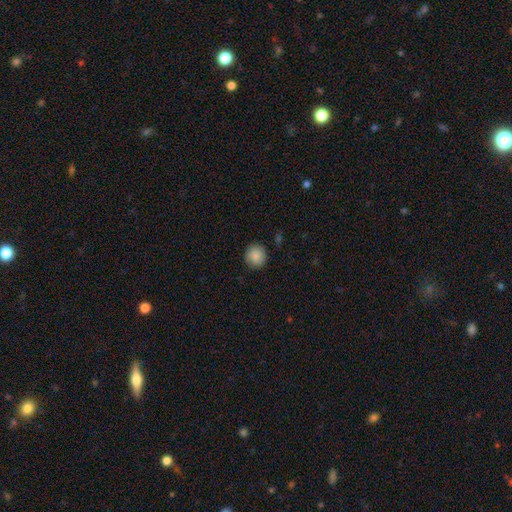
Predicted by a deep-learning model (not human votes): A smooth galaxy with no disk features (87%) that is round (90%).

Vote fractions:
- Smooth or featured? smooth: 87% / star or artifact: 8% / featured or disk: 5%
- How rounded? round: 90% / in between: 9% / cigar-shaped: 1%
- Merging? none: 87% / minor disturbance: 9% / major disturbance: 2% / merger: 1%